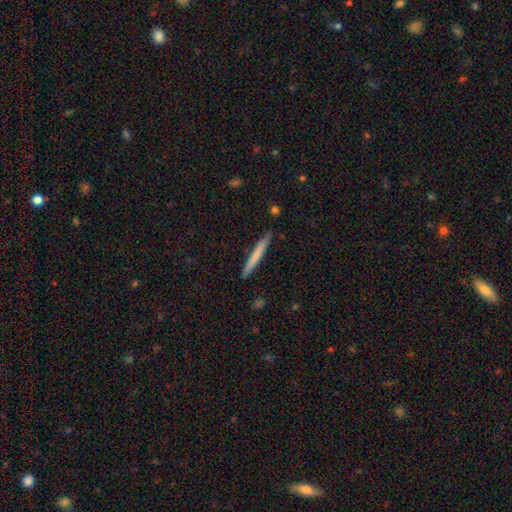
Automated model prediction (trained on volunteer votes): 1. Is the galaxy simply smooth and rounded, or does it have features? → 68% smooth, 26% featured or disk, 6% star or artifact.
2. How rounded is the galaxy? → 96% cigar-shaped, 2% in between, 1% round.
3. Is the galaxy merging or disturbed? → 89% none, 8% minor disturbance, 1% major disturbance, 1% merger.